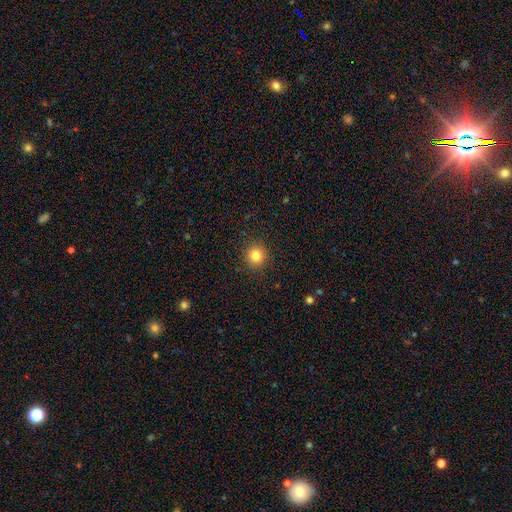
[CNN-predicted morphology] Smooth or featured: smooth — 82% (star or artifact — 12%)
How rounded: round — 93% (in between — 6%)
Merging: none — 91% (minor disturbance — 6%)